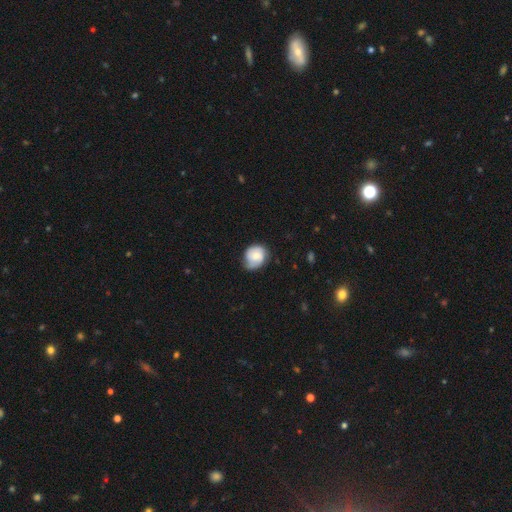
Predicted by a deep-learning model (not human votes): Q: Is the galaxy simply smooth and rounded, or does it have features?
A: smooth — 54%.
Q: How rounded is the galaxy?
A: round — 67%.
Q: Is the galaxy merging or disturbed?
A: none — 62%.